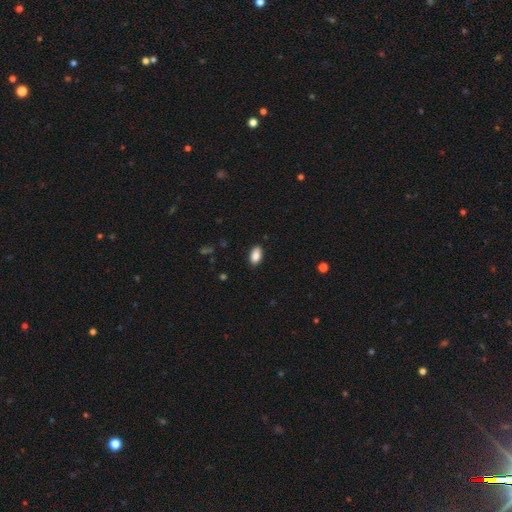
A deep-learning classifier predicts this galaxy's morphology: Smooth or featured? Predicted: smooth (p=0.88). How rounded? Predicted: in between (p=0.93). Merging? Predicted: none (p=0.88).